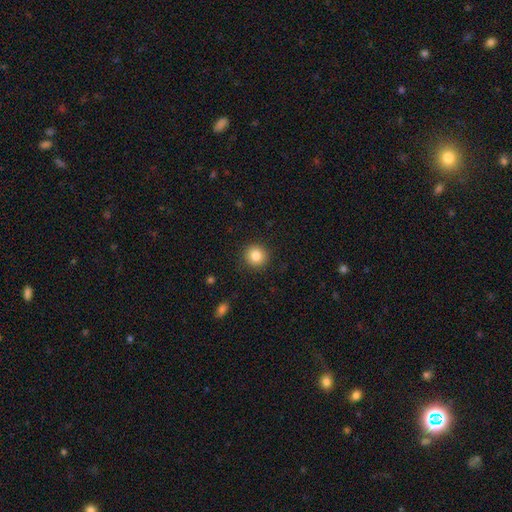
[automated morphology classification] Smooth or featured: smooth — 84% (star or artifact — 10%)
How rounded: round — 92% (in between — 7%)
Merging: none — 90% (minor disturbance — 6%)